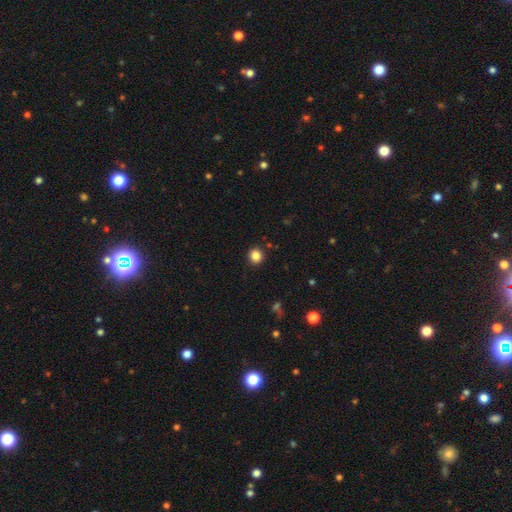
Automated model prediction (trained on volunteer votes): The model was most divided on "smooth or featured": smooth: 85%, star or artifact: 11%, featured or disk: 4%. More confident: merging — none (91%); how rounded — round (90%).